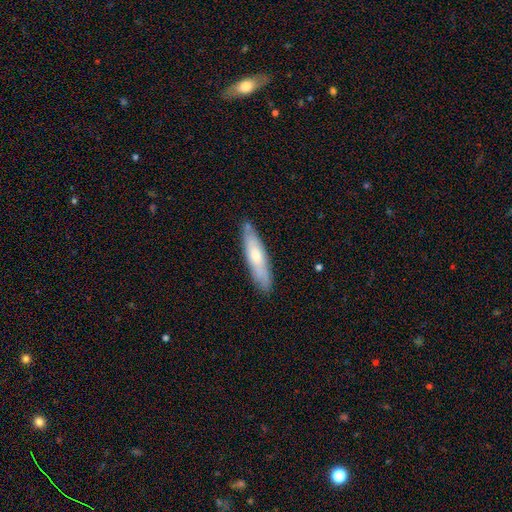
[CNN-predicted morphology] This is possibly a smooth galaxy (54%). How rounded: likely cigar-shaped (77%). Merging: clearly none (81%).